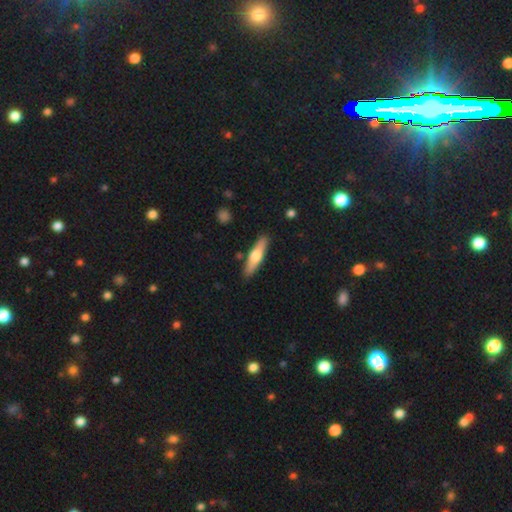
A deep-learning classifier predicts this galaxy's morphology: Smooth or featured? smooth (54%)
How rounded? cigar-shaped (74%)
Merging? none (87%)